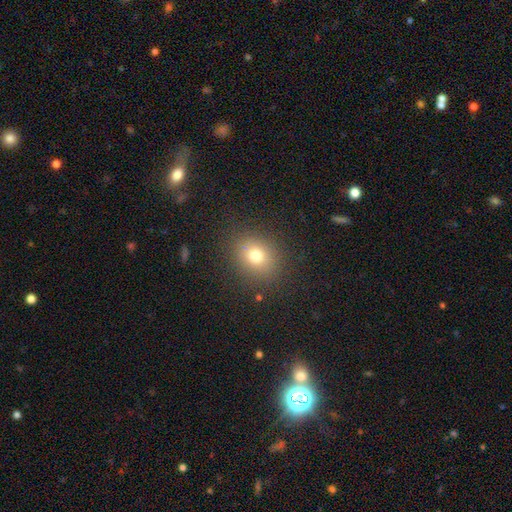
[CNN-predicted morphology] The model was most divided on "how rounded": round: 62%, in between: 37%, cigar-shaped: 1%. More confident: merging — none (86%); smooth or featured — smooth (76%).